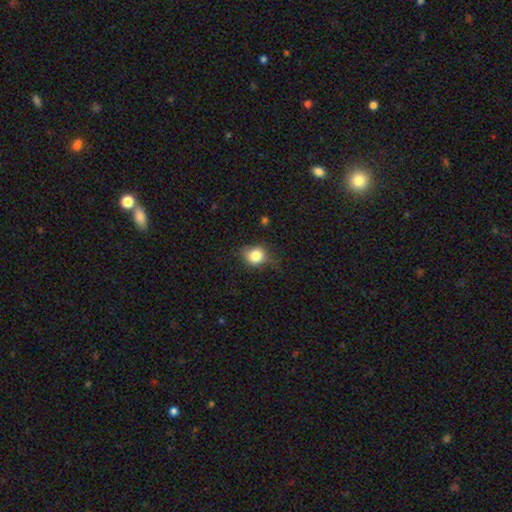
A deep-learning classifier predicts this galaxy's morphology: A smooth galaxy with no disk features (79%) that is round (71%).

Vote fractions:
- Smooth or featured? smooth: 79% / star or artifact: 11% / featured or disk: 10%
- How rounded? round: 71% / in between: 27% / cigar-shaped: 1%
- Merging? none: 65% / minor disturbance: 26% / major disturbance: 8% / merger: 2%